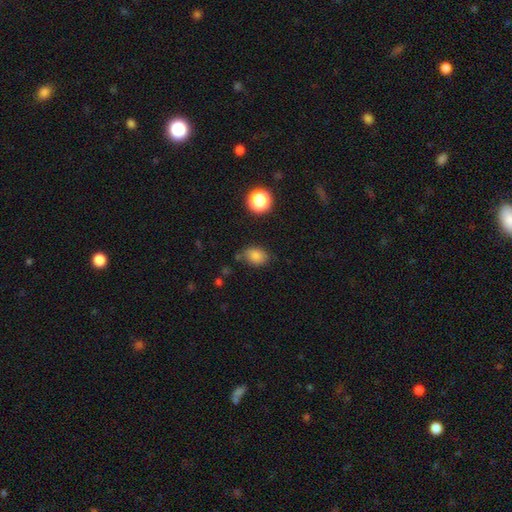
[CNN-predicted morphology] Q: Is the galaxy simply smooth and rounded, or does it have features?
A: smooth — 82%.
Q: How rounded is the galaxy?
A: in between — 71%.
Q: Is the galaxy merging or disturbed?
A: none — 70%.